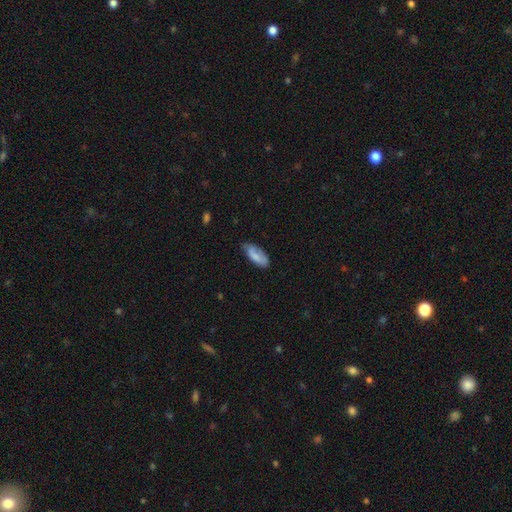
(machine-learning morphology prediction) Q: Smooth or featured?
A: smooth (75%); runner-up: featured or disk (19%)
Q: How rounded?
A: in between (81%); runner-up: cigar-shaped (17%)
Q: Merging?
A: none (58%); runner-up: minor disturbance (33%)